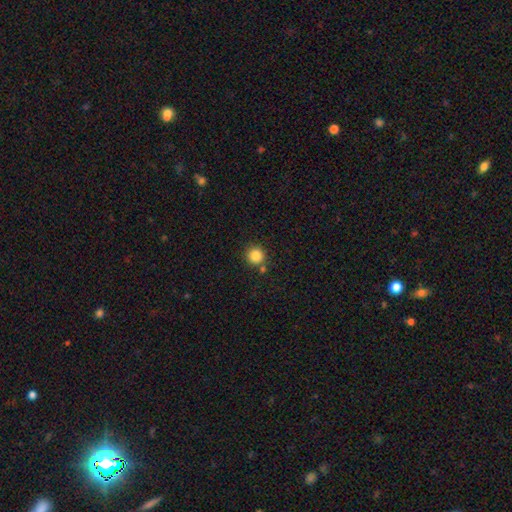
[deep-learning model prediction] A smooth galaxy with no disk features (85%) that is round (95%). Merging: none (82%).